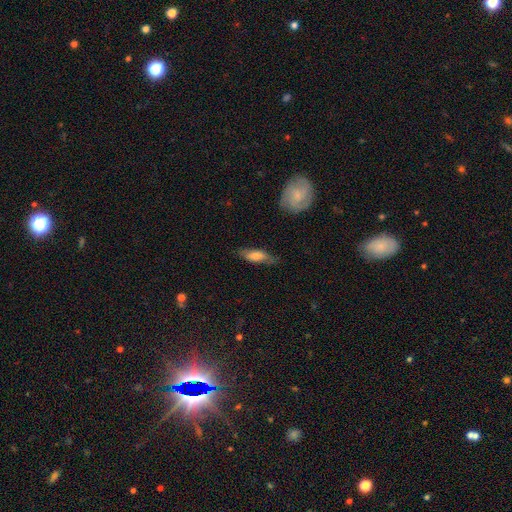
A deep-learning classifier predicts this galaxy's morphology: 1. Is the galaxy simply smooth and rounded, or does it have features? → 63% smooth, 30% featured or disk, 7% star or artifact.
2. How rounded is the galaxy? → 55% in between, 43% cigar-shaped, 2% round.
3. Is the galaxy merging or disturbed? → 69% none, 23% minor disturbance, 7% major disturbance, 2% merger.